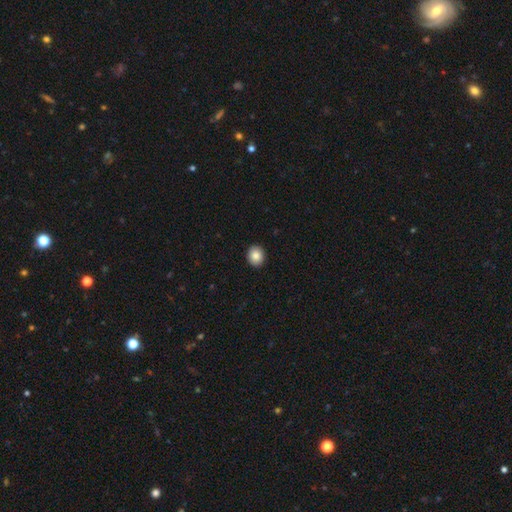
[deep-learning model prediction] Overall: smooth (85%). How rounded: round (68%; in between 31%). Merging: none (92%).